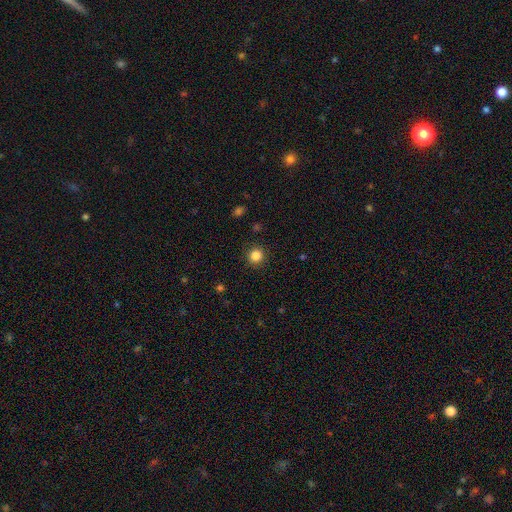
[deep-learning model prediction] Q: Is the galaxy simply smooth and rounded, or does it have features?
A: smooth — 85%.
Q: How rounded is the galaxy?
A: round — 93%.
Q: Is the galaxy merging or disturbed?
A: none — 91%.